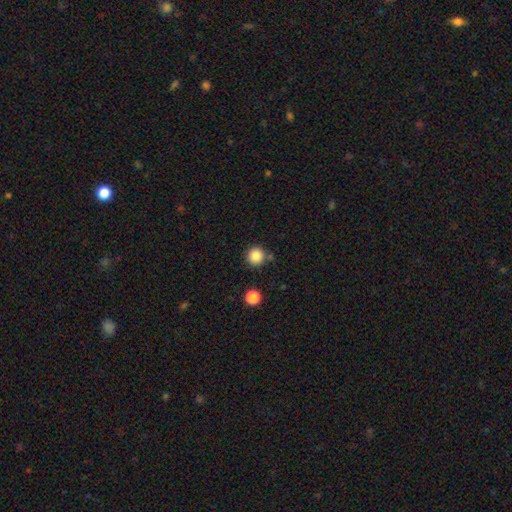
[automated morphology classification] Smooth or featured? Predicted: smooth (p=0.85). How rounded? Predicted: round (p=0.94). Merging? Predicted: none (p=0.82).